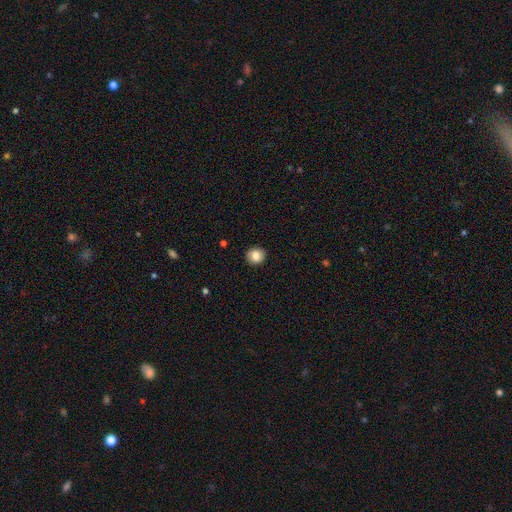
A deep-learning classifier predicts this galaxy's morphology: smooth-or-featured: smooth: 84% | star or artifact: 9% | featured or disk: 8%
  how-rounded: round: 86% | in between: 13% | cigar-shaped: 1%
  merging: none: 91% | minor disturbance: 6% | major disturbance: 2% | merger: 1%